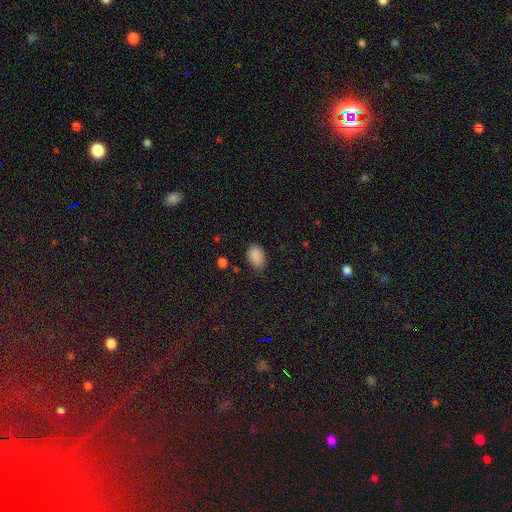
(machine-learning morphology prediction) smooth-or-featured: smooth: 88% | star or artifact: 9% | featured or disk: 4%
  how-rounded: in between: 86% | round: 13% | cigar-shaped: 1%
  merging: none: 77% | minor disturbance: 17% | major disturbance: 4% | merger: 2%